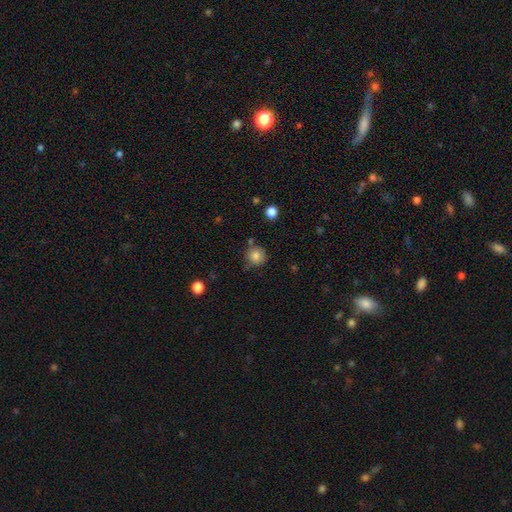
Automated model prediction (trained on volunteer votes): Overall: smooth (82%). How rounded: round (92%). Merging: none (76%).